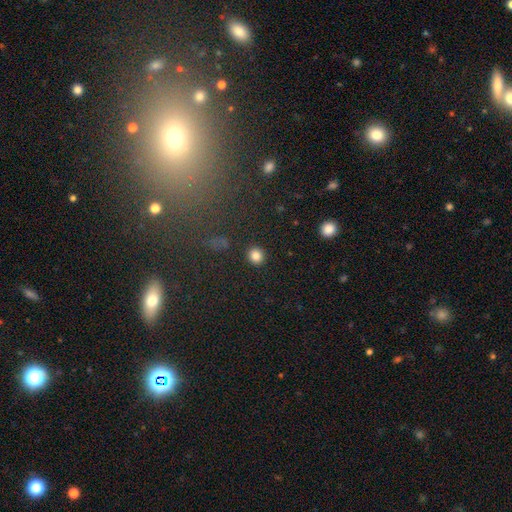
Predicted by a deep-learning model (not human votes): Smooth or featured? Predicted: smooth (p=0.84). How rounded? Predicted: round (p=0.89). Merging? Predicted: none (p=0.91).